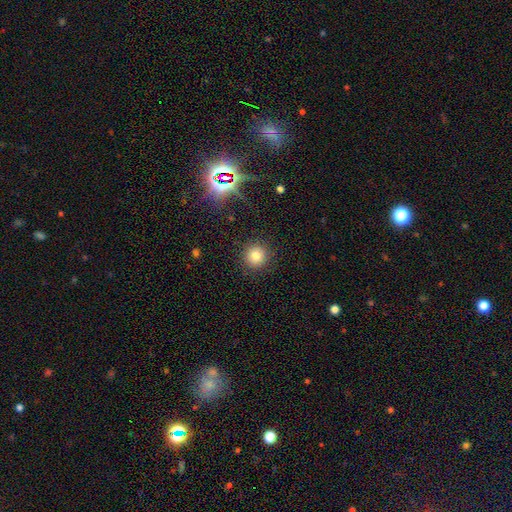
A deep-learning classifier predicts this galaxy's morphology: This is likely a smooth galaxy (77%). How rounded: clearly round (93%). Merging: clearly none (90%).